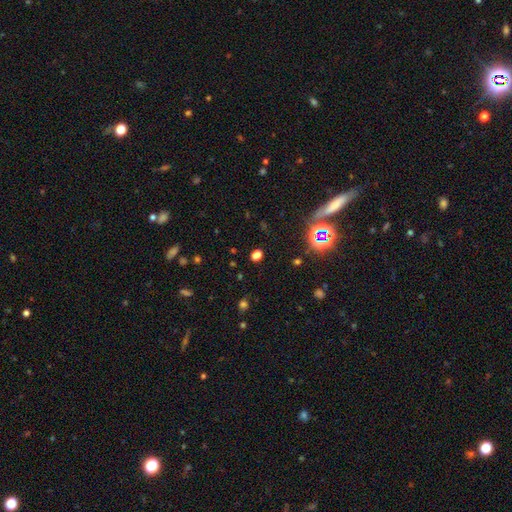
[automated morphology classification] smooth-or-featured: smooth: 51% | star or artifact: 43% | featured or disk: 6%
  how-rounded: in between: 52% | round: 46% | cigar-shaped: 3%
  merging: none: 84% | minor disturbance: 9% | major disturbance: 4% | merger: 3%